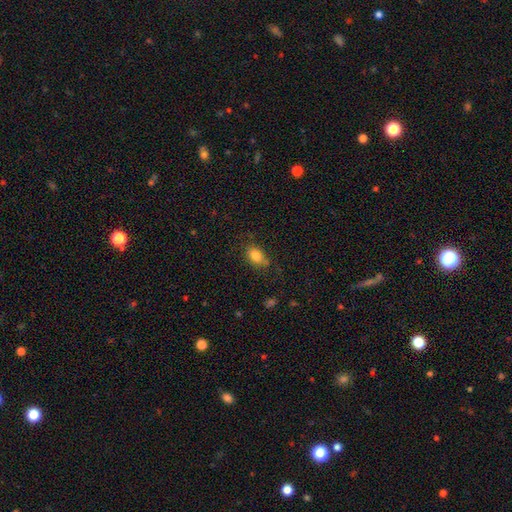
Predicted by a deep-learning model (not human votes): This is clearly a smooth galaxy (82%). How rounded: clearly in between (81%). Merging: likely none (72%).